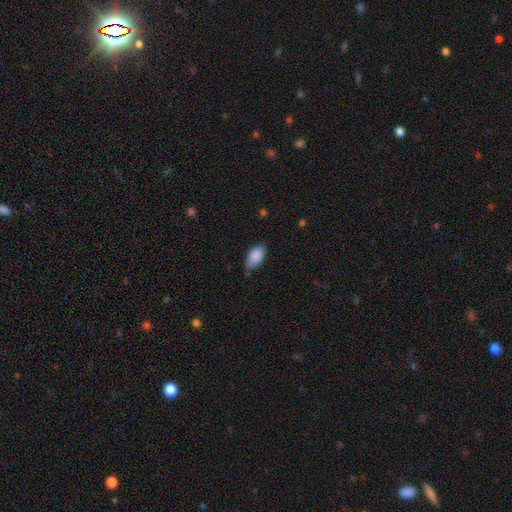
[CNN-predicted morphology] This appears to be a smooth galaxy with no disk features (88%) that is in between round and cigar-shaped (94%). Merging: none (71%).